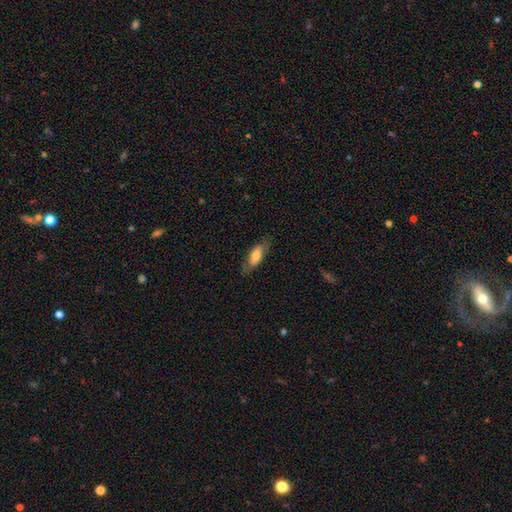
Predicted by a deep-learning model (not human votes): Smooth or featured: smooth — 66% (featured or disk — 27%)
How rounded: in between — 72% (cigar-shaped — 25%)
Merging: none — 74% (minor disturbance — 19%)